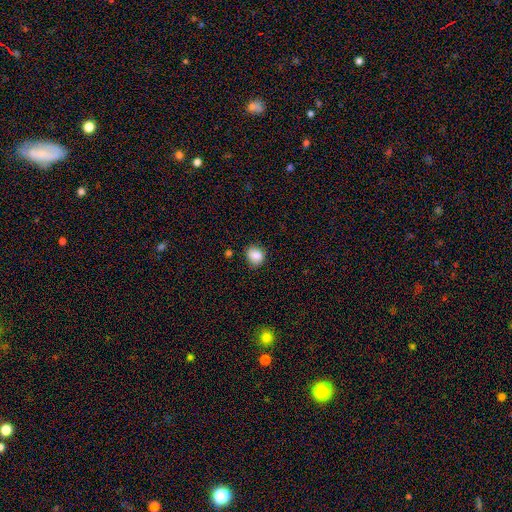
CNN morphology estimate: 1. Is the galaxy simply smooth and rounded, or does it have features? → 86% smooth, 9% star or artifact, 5% featured or disk.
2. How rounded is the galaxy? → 71% round, 28% in between, 1% cigar-shaped.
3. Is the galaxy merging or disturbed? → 75% none, 19% minor disturbance, 4% major disturbance, 2% merger.